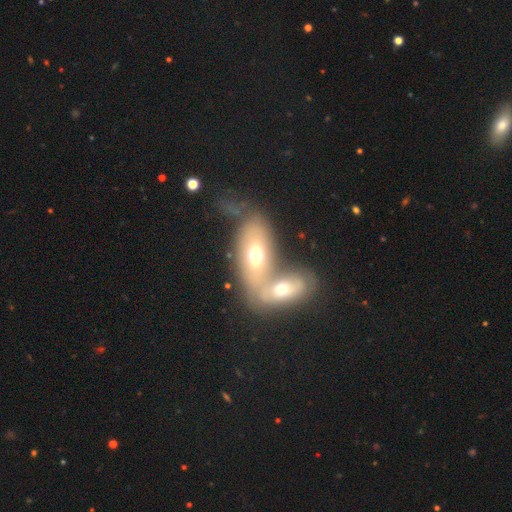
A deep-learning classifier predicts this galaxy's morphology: A smooth galaxy with no disk features (57%) that is in between round and cigar-shaped (86%).

Vote fractions:
- Smooth or featured? smooth: 57% / featured or disk: 36% / star or artifact: 7%
- How rounded? in between: 86% / cigar-shaped: 8% / round: 6%
- Merging? merger: 66% / none: 20% / minor disturbance: 8% / major disturbance: 6%